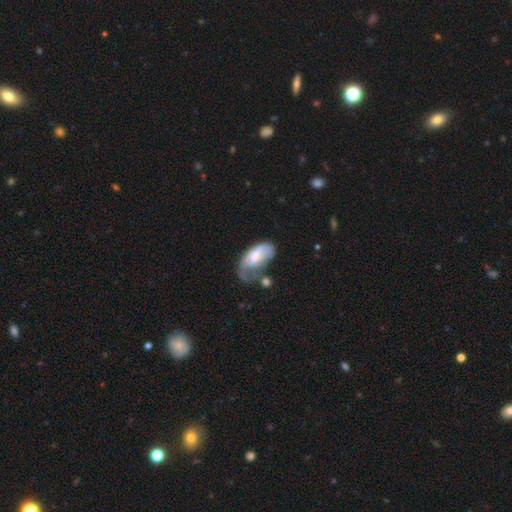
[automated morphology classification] This appears to be a smooth galaxy with no disk features (49%). Merging: major disturbance (39%).